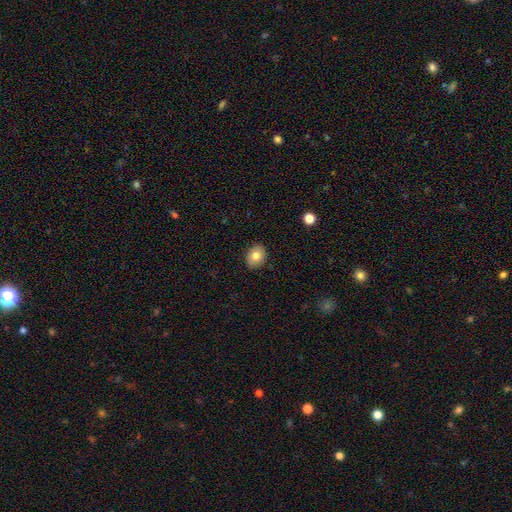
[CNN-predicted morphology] A smooth galaxy with no disk features (79%) that is round (57%). Merging: none (89%).